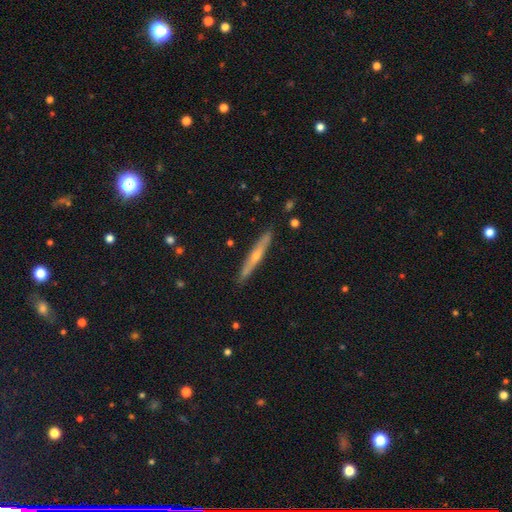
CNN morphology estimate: smooth-or-featured: featured or disk: 63% | smooth: 31% | star or artifact: 6%
  disk-edge-on: yes: 95% | no: 5%
    edge-on-bulge: rounded: 76% | none: 21% | boxy: 2%
  merging: none: 90% | minor disturbance: 8% | major disturbance: 1% | merger: 1%